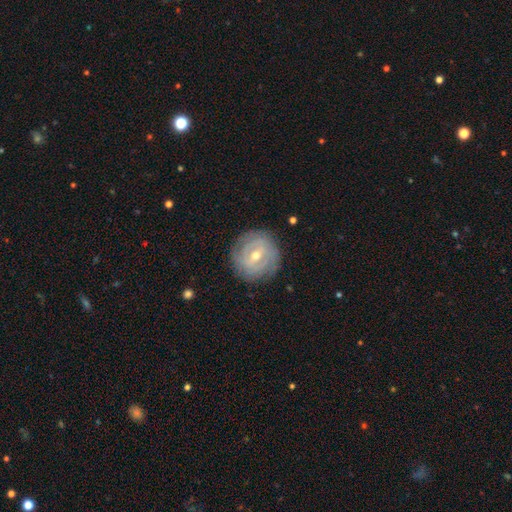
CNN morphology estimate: Smooth or featured: featured or disk — 73% (smooth — 19%)
Edge-on disk: no — 96% (yes — 4%)
Bar: weak — 51% (no — 29%)
Spiral arms: yes — 80% (no — 20%)
Spiral winding: tight — 75% (medium — 19%)
Spiral arm count: can't tell — 47% (2 — 25%)
Bulge size: moderate — 53% (small — 44%)
Merging: none — 85% (minor disturbance — 10%)